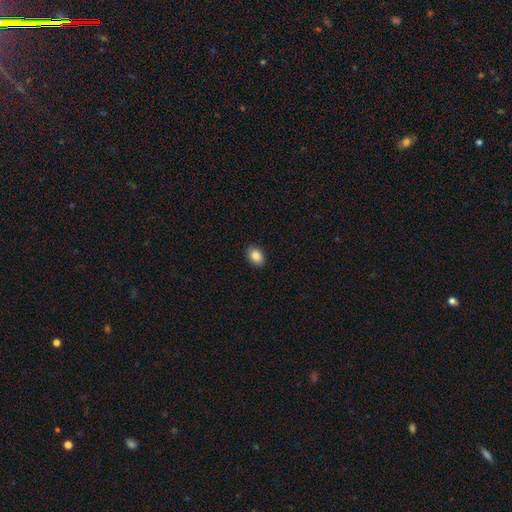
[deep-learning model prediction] This is clearly a smooth galaxy (87%). How rounded: likely in between (77%). Merging: clearly none (89%).